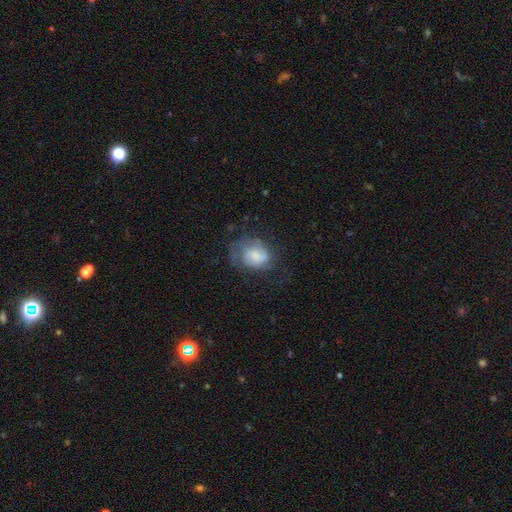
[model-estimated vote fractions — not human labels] Morphology: type=featured or disk (47%); merging=none (48%).